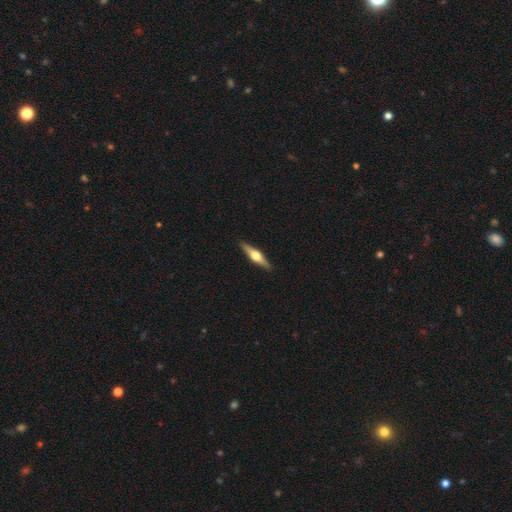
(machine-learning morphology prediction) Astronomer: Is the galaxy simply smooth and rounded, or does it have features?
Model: featured or disk — 69%.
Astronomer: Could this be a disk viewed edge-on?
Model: yes — 97%.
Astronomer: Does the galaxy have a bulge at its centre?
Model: rounded — 95%.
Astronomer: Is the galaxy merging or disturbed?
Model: none — 91%.